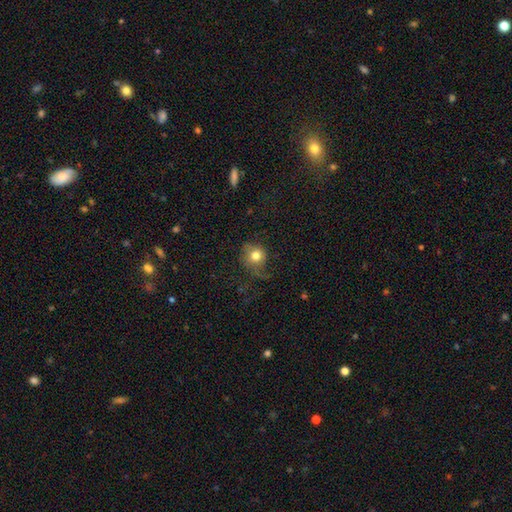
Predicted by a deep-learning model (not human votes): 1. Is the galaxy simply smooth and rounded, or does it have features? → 78% smooth, 12% featured or disk, 11% star or artifact.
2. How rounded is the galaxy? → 87% round, 12% in between, 1% cigar-shaped.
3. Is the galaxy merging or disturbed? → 55% none, 24% minor disturbance, 18% major disturbance, 2% merger.